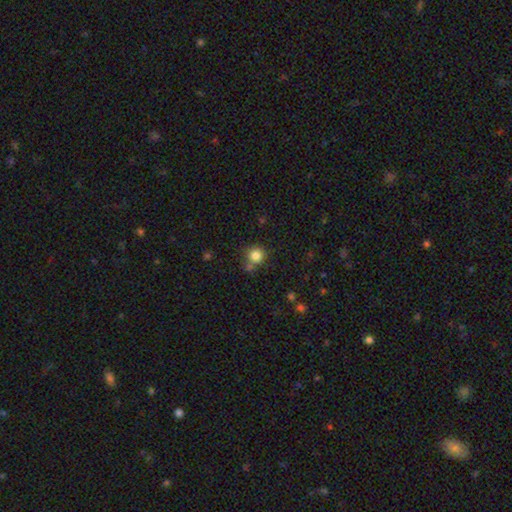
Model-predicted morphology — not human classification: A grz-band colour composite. It shows a smooth galaxy with no disk features (83%) that is round (92%). Merging: none (71%).